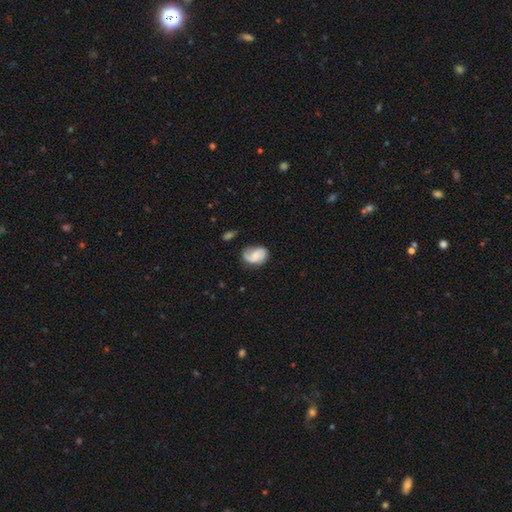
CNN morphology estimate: Q: Smooth or featured?
A: featured or disk (59%); runner-up: smooth (34%)
Q: Edge-on disk?
A: no (97%); runner-up: yes (3%)
Q: Bar?
A: no (44%); runner-up: weak (43%)
Q: Spiral arms?
A: yes (90%); runner-up: no (10%)
Q: Spiral winding?
A: medium (42%); runner-up: loose (34%)
Q: Spiral arm count?
A: 2 (78%); runner-up: 1 (11%)
Q: Bulge size?
A: small (42%); runner-up: moderate (35%)
Q: Merging?
A: none (62%); runner-up: minor disturbance (26%)